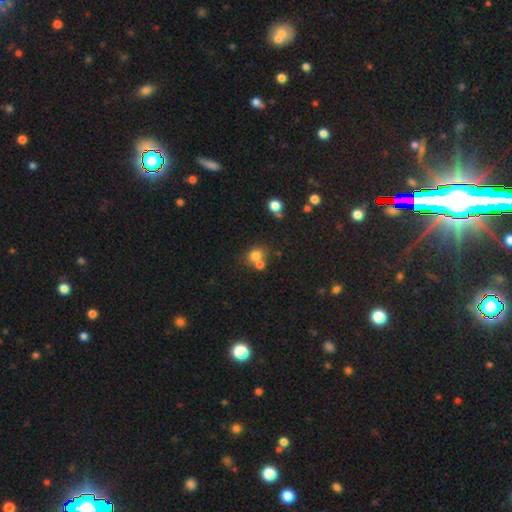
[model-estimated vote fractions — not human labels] A smooth galaxy with no disk features (74%) that is round (64%).

Vote fractions:
- Smooth or featured? smooth: 74% / star or artifact: 15% / featured or disk: 11%
- How rounded? round: 64% / in between: 35% / cigar-shaped: 1%
- Merging? none: 47% / merger: 39% / minor disturbance: 10% / major disturbance: 4%